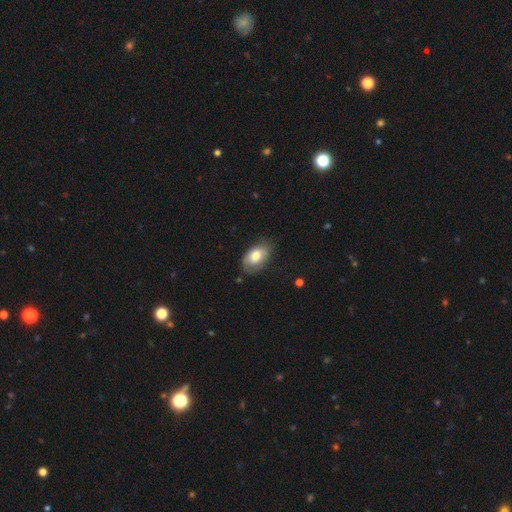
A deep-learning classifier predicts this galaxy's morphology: Smooth or featured? smooth (72%)
How rounded? in between (91%)
Merging? none (65%)